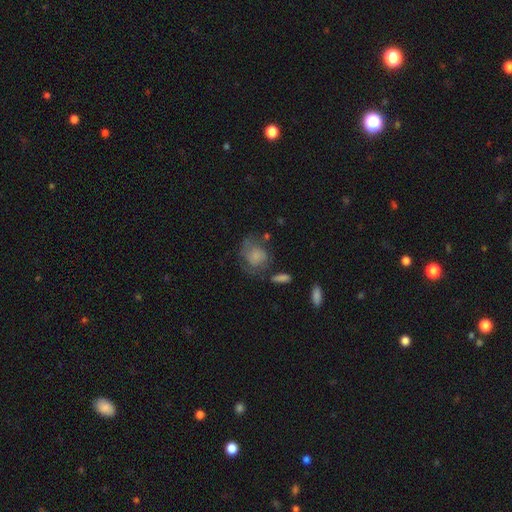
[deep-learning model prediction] Morphology: type=smooth (56%); roundness=round (60%); merging=none (46%).